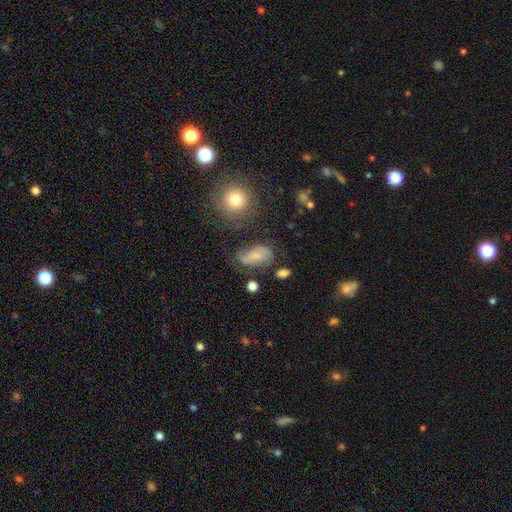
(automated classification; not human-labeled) Morphology: type=smooth (53%); roundness=in between (86%); merging=none (50%).